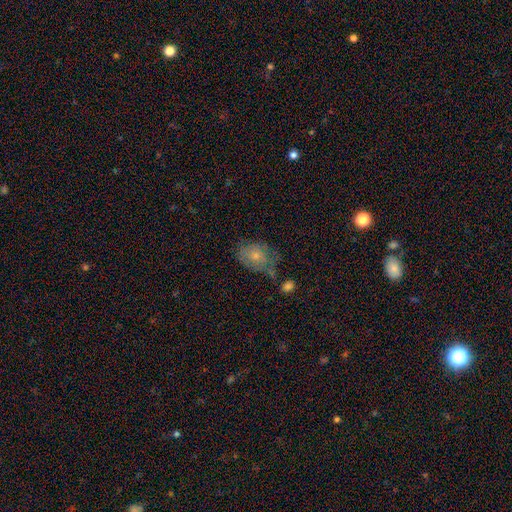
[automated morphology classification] A smooth galaxy with no disk features (67%) that is in between round and cigar-shaped (61%).

Vote fractions:
- Smooth or featured? smooth: 67% / featured or disk: 25% / star or artifact: 9%
- How rounded? in between: 61% / round: 38% / cigar-shaped: 1%
- Merging? none: 48% / minor disturbance: 30% / major disturbance: 14% / merger: 7%